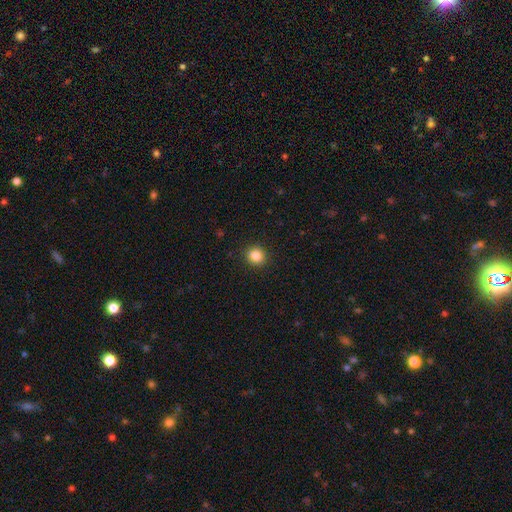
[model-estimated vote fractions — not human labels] smooth 85%, star or artifact 11%, featured or disk 5%. Down the decision tree: how rounded — round (89%); merging — none (92%).